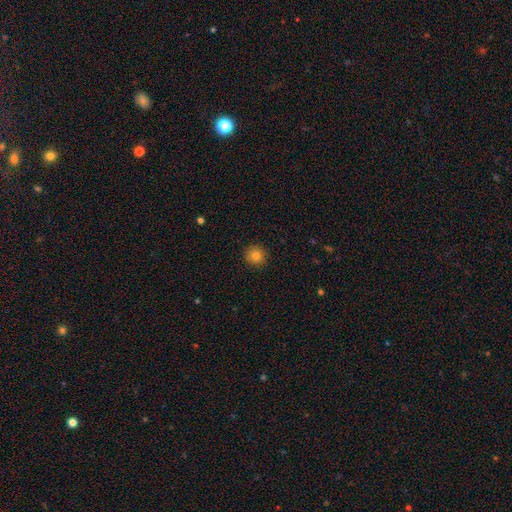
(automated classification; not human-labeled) This is clearly a smooth galaxy (82%). How rounded: clearly round (94%). Merging: clearly none (92%).